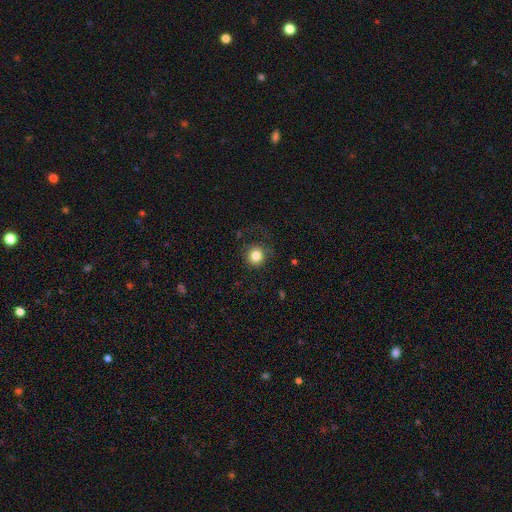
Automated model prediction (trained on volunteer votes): A smooth galaxy with no disk features (82%) that is round (94%).

Vote fractions:
- Smooth or featured? smooth: 82% / star or artifact: 11% / featured or disk: 7%
- How rounded? round: 94% / in between: 5% / cigar-shaped: 1%
- Merging? none: 81% / minor disturbance: 11% / major disturbance: 6% / merger: 1%